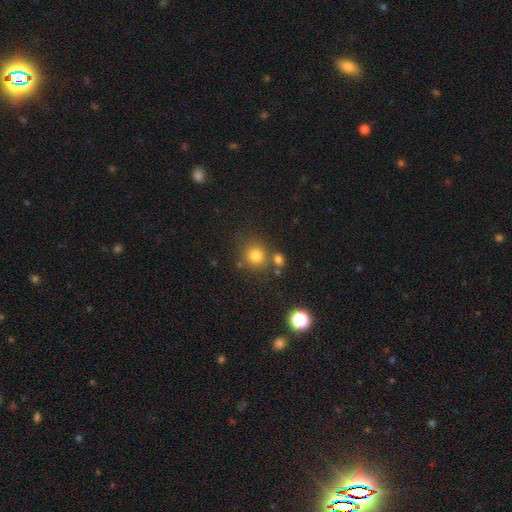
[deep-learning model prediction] A smooth galaxy with no disk features (78%) that is round (87%).

Vote fractions:
- Smooth or featured? smooth: 78% / star or artifact: 15% / featured or disk: 8%
- How rounded? round: 87% / in between: 12% / cigar-shaped: 1%
- Merging? none: 71% / merger: 14% / minor disturbance: 10% / major disturbance: 4%